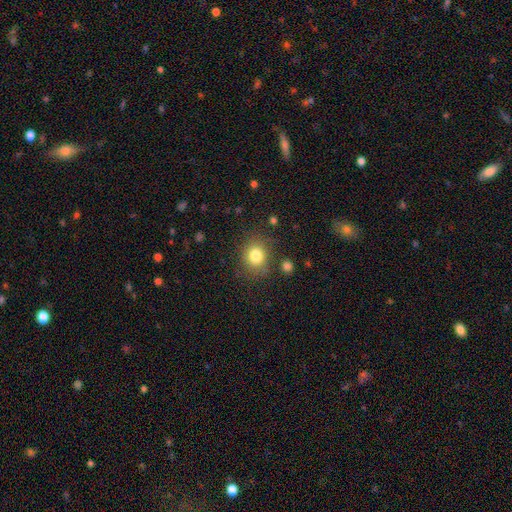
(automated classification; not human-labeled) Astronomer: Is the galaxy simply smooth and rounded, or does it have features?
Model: smooth — 81%.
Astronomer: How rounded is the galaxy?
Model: round — 71%.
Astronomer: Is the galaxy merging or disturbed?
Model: none — 81%.